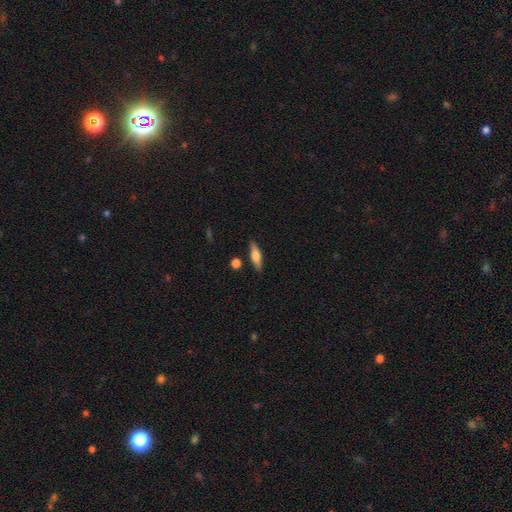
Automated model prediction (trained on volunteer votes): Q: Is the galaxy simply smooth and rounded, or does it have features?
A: smooth — 55%.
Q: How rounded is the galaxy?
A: cigar-shaped — 63%.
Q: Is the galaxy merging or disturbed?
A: none — 85%.